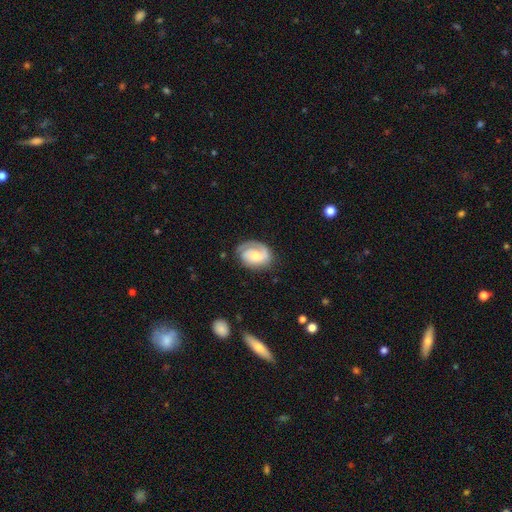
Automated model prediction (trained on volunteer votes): featured or disk 73%, smooth 21%, star or artifact 6%. Down the decision tree: edge-on disk — no (97%); bar — no (62%); spiral arms — yes (93%); spiral arm count — 1 (47%); spiral winding — tight (50%); bulge size — moderate (48%); merging — none (67%).